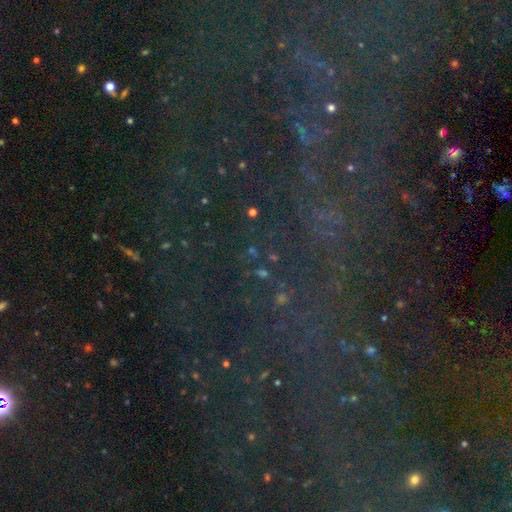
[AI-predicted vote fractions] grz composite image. It shows a star or artifact, not a galaxy (80%).